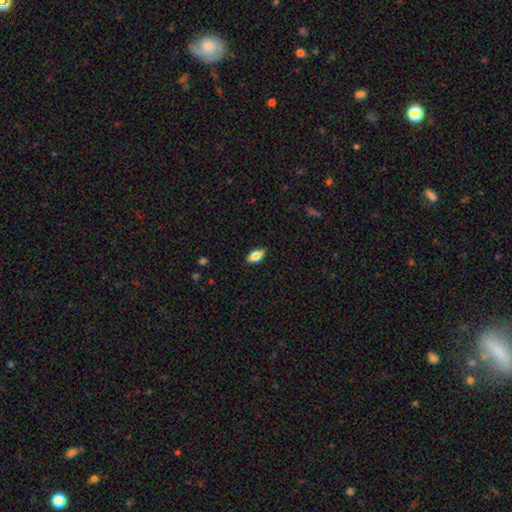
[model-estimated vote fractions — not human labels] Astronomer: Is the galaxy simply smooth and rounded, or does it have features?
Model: smooth — 76%.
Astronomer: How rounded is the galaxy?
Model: in between — 88%.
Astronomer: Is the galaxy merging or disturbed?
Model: none — 86%.